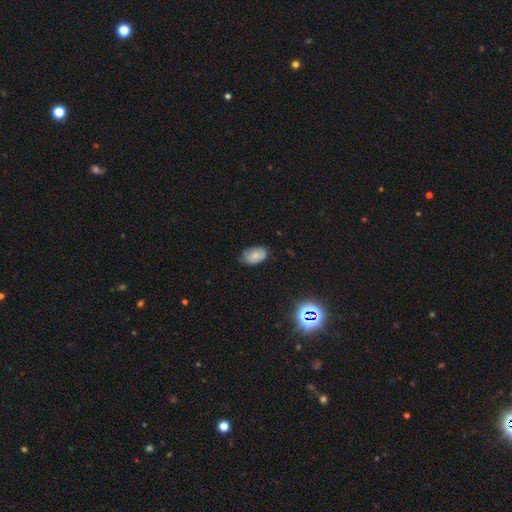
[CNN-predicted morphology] Smooth or featured?
  - smooth: 77% *
  - featured or disk: 13%
  - star or artifact: 10%
How rounded?
  - in between: 90% *
  - round: 8%
  - cigar-shaped: 1%
Merging?
  - none: 66% *
  - minor disturbance: 27%
  - major disturbance: 5%
  - merger: 1%